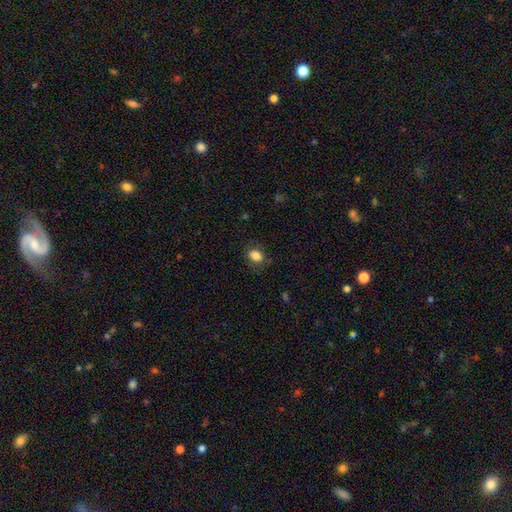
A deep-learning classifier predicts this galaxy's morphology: A smooth galaxy with no disk features (84%) that is in between round and cigar-shaped (63%). Merging: none (80%).